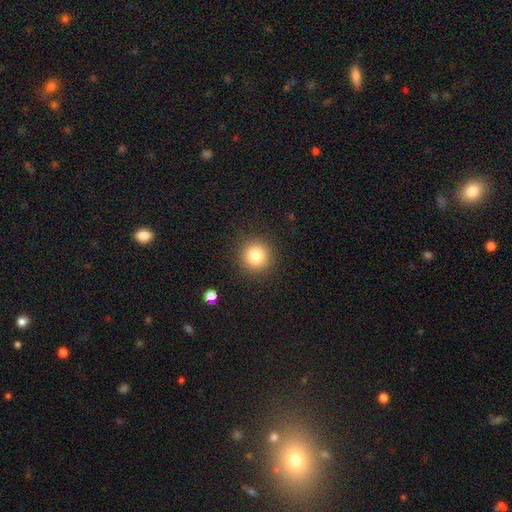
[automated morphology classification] A smooth galaxy with no disk features (82%) that is round (94%).

Vote fractions:
- Smooth or featured? smooth: 82% / star or artifact: 11% / featured or disk: 7%
- How rounded? round: 94% / in between: 5% / cigar-shaped: 1%
- Merging? none: 90% / minor disturbance: 6% / major disturbance: 2% / merger: 1%